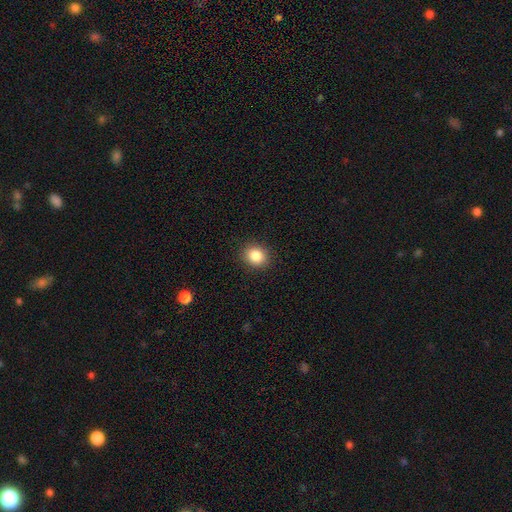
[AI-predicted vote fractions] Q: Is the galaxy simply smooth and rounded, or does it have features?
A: smooth — 85%.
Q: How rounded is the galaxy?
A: round — 70%.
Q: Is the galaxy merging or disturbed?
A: none — 90%.